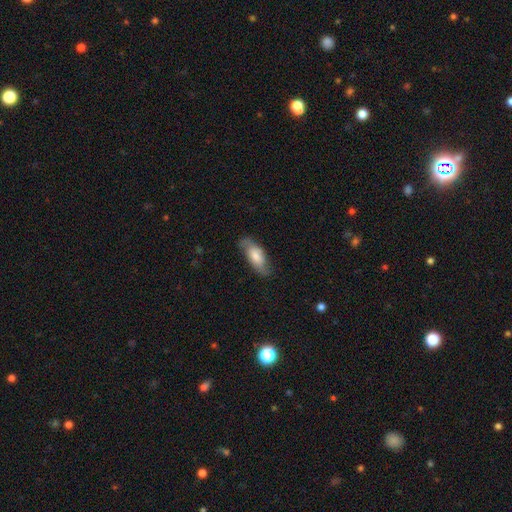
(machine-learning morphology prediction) smooth-or-featured: smooth: 54% | featured or disk: 40% | star or artifact: 6%
  how-rounded: in between: 82% | cigar-shaped: 15% | round: 3%
  merging: none: 71% | minor disturbance: 21% | major disturbance: 6% | merger: 1%